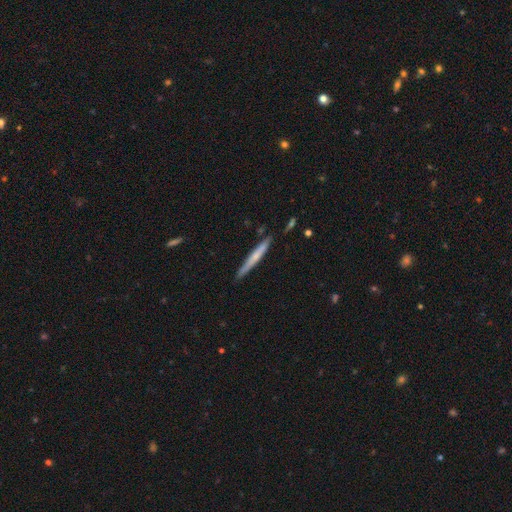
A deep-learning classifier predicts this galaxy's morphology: smooth-or-featured: smooth: 53% | featured or disk: 42% | star or artifact: 6%
  how-rounded: cigar-shaped: 96% | in between: 2% | round: 1%
  merging: none: 85% | minor disturbance: 11% | merger: 2% | major disturbance: 2%